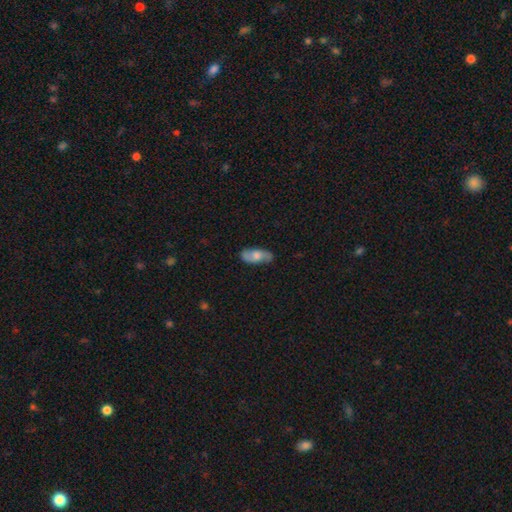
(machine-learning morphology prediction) type=smooth (56%); roundness=in between (82%); merging=none (79%).